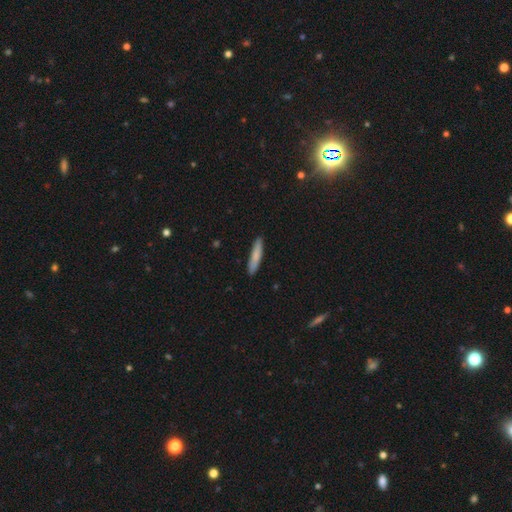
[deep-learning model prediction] Morphology: type=smooth (79%); roundness=cigar-shaped (89%); merging=none (89%).